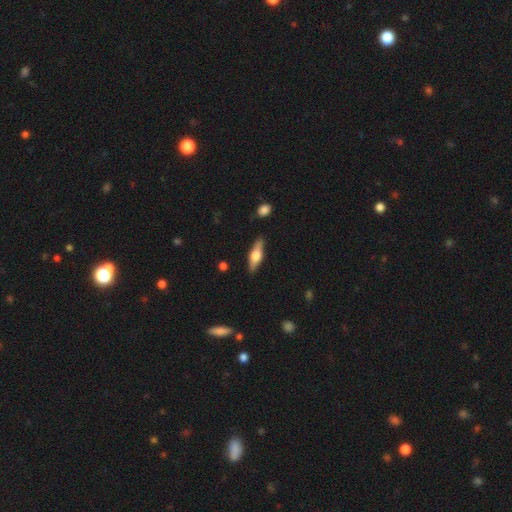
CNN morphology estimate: smooth_or_featured: featured or disk (p=0.54) [alt: smooth p=0.40]
disk_edge_on: yes (p=0.93) [alt: no p=0.07]
edge_on_bulge: rounded (p=0.90) [alt: boxy p=0.08]
merging: none (p=0.86) [alt: minor disturbance p=0.10]